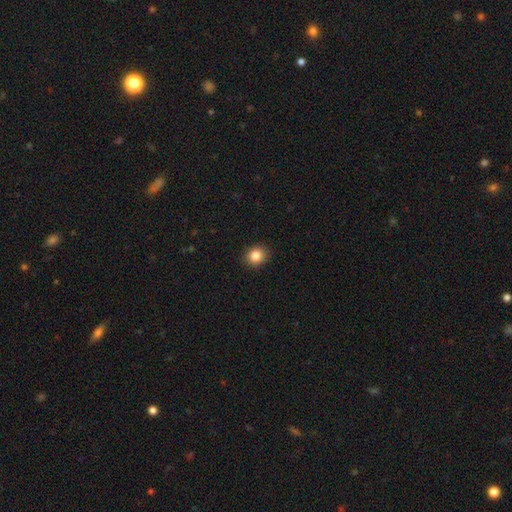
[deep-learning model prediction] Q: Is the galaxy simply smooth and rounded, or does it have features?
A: smooth — 85%.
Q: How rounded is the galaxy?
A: round — 72%.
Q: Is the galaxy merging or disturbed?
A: none — 90%.